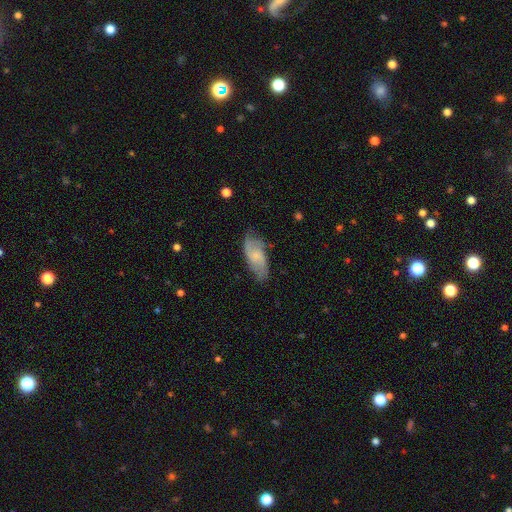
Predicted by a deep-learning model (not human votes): Smooth or featured? Predicted: featured or disk (p=0.59). Edge-on disk? Predicted: no (p=0.93). Bar? Predicted: no (p=0.61). Spiral arms? Predicted: yes (p=0.90). Bulge size? Predicted: small (p=0.49). Merging? Predicted: none (p=0.65).